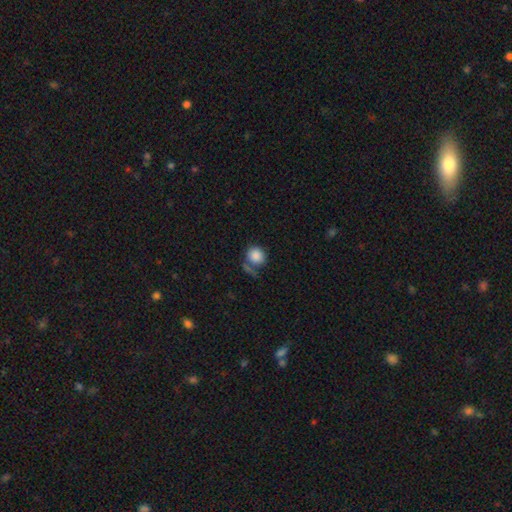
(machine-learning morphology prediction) This appears to be a smooth galaxy with no disk features (86%) that is round (81%). Merging: none (57%).